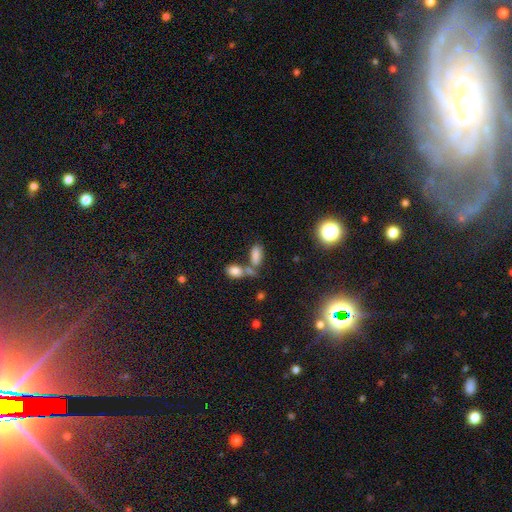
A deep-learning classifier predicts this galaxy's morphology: Q: Smooth or featured?
A: smooth (77%); runner-up: star or artifact (13%)
Q: How rounded?
A: in between (84%); runner-up: cigar-shaped (11%)
Q: Merging?
A: merger (42%); runner-up: none (40%)